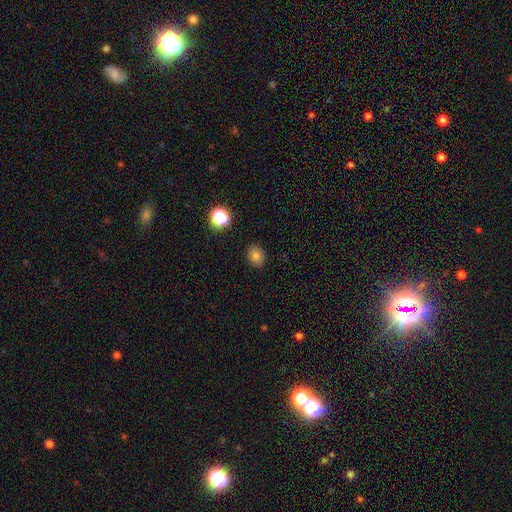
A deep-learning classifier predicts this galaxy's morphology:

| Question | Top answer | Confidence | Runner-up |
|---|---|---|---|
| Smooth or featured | smooth | 79% | star or artifact (14%) |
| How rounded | round | 55% | in between (44%) |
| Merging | none | 88% | minor disturbance (9%) |